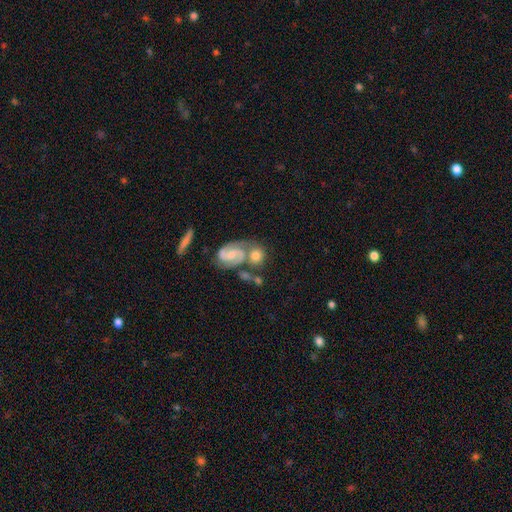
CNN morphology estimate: featured or disk 51%, smooth 40%, star or artifact 8%. Down the decision tree: edge-on disk — no (95%); merging — none (44%).